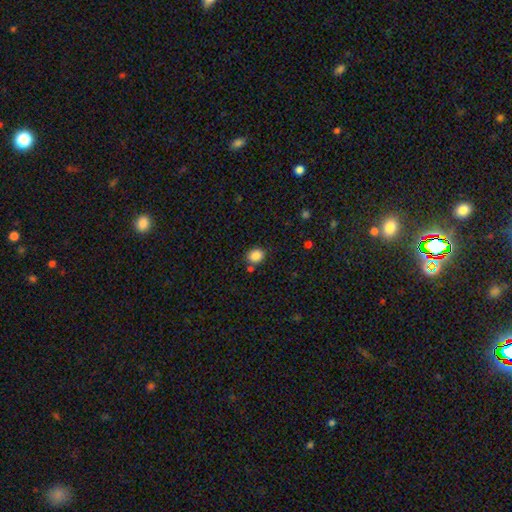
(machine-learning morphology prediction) Overall: smooth (86%). How rounded: round (59%; in between 40%). Merging: none (77%).